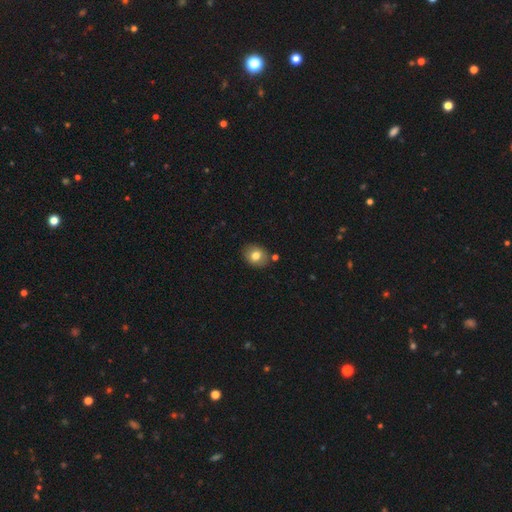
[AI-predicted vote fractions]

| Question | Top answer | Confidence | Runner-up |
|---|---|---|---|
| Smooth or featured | smooth | 78% | featured or disk (12%) |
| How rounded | round | 54% | in between (45%) |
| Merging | none | 83% | minor disturbance (10%) |